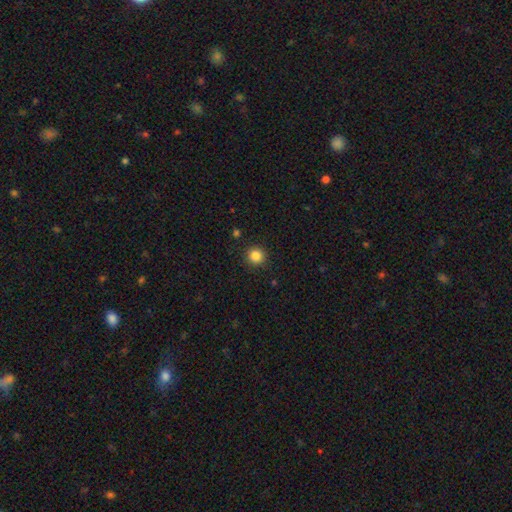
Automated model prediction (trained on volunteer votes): This appears to be a smooth galaxy with no disk features (85%) that is round (94%). Merging: none (91%).